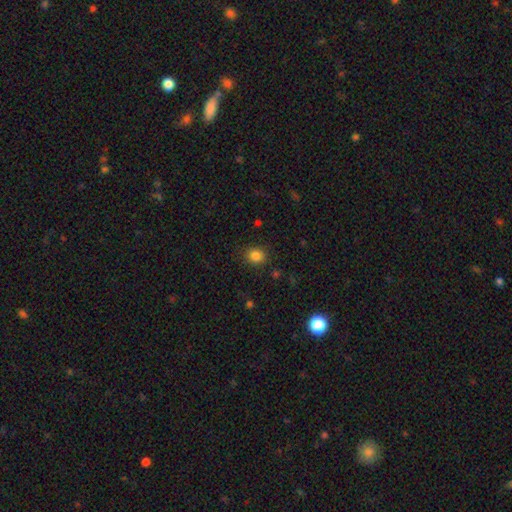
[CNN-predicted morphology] smooth 84%, star or artifact 12%, featured or disk 4%. Down the decision tree: how rounded — round (77%); merging — none (88%).